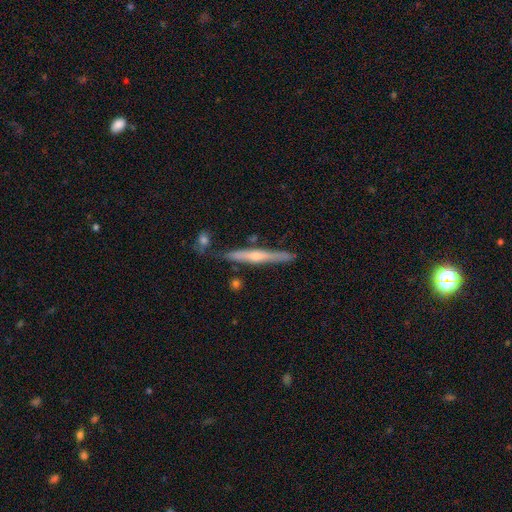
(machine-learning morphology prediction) featured or disk 76%, smooth 17%, star or artifact 7%. Down the decision tree: edge-on disk — yes (97%); edge-on bulge — rounded (80%); merging — none (82%).